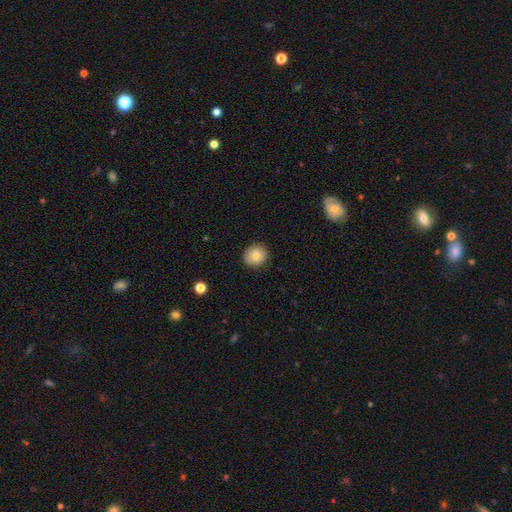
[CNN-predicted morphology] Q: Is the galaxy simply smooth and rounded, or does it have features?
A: smooth — 80%.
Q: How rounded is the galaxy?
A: round — 79%.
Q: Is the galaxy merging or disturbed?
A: none — 89%.